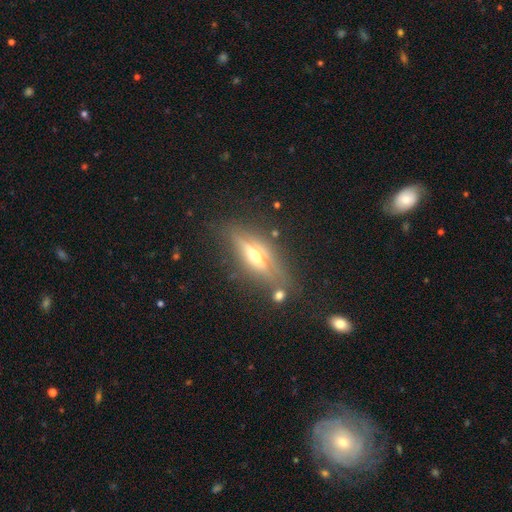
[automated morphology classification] Q: Smooth or featured?
A: featured or disk (73%); runner-up: smooth (18%)
Q: Edge-on disk?
A: yes (92%); runner-up: no (8%)
Q: Edge-on bulge?
A: rounded (93%); runner-up: boxy (4%)
Q: Merging?
A: none (80%); runner-up: minor disturbance (12%)